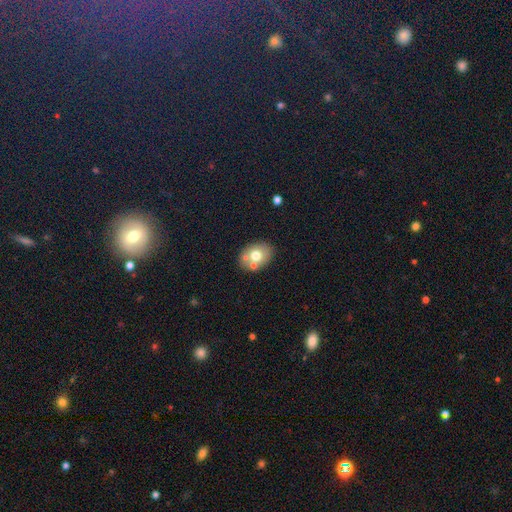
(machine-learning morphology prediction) This appears to be a smooth galaxy with no disk features (66%) that is in between round and cigar-shaped (66%). Merging: none (65%).